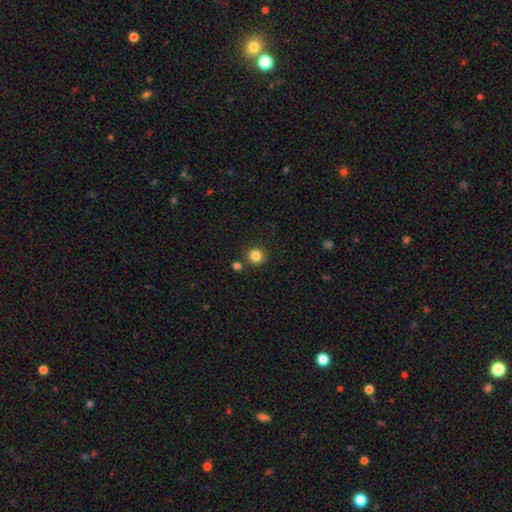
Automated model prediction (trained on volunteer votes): Smooth or featured: smooth — 84% (star or artifact — 12%)
How rounded: round — 94% (in between — 5%)
Merging: none — 84% (merger — 7%)